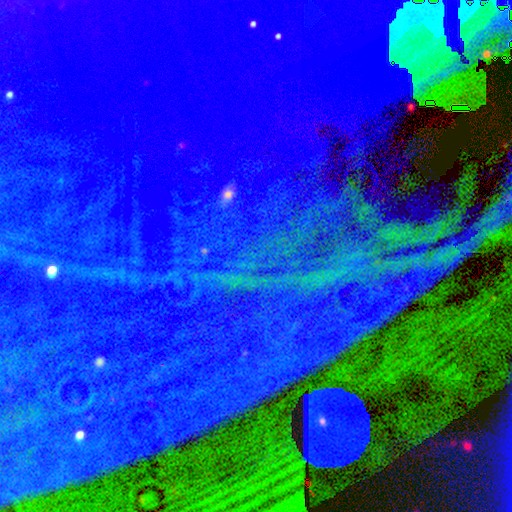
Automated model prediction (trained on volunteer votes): Smooth or featured: star or artifact — 87% (featured or disk — 7%)